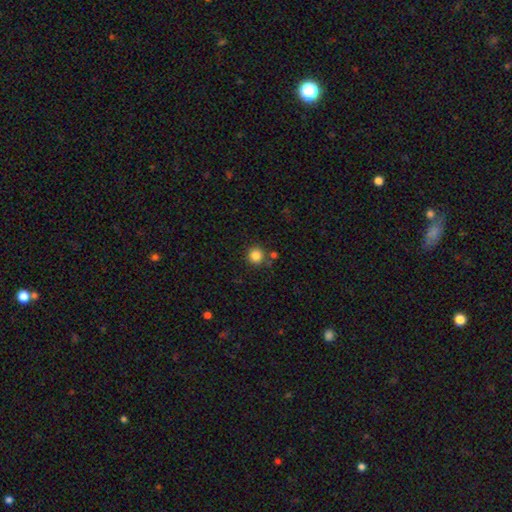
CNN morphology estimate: type=smooth (85%); roundness=round (94%); merging=none (81%).